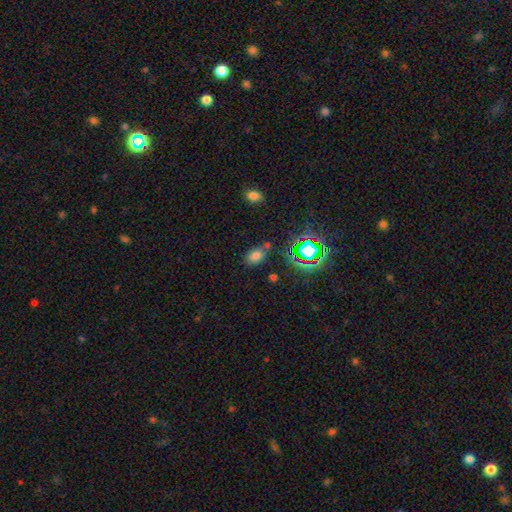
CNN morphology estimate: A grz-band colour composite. It shows a smooth galaxy with no disk features (67%) that is in between round and cigar-shaped (83%). Merging: none (69%).